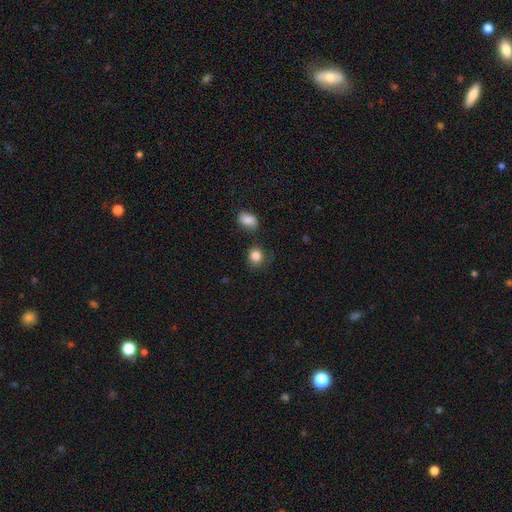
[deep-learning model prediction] smooth 85%, star or artifact 10%, featured or disk 5%. Down the decision tree: how rounded — round (76%); merging — none (73%).